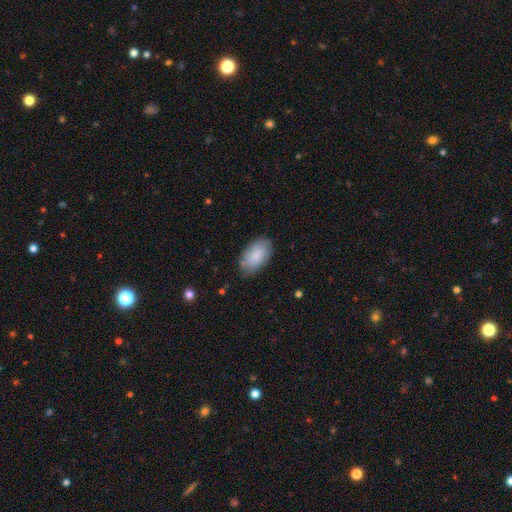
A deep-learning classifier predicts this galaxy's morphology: smooth_or_featured: smooth (p=0.82) [alt: featured or disk p=0.12]
how_rounded: in between (p=0.94) [alt: round p=0.04]
merging: none (p=0.79) [alt: minor disturbance p=0.16]